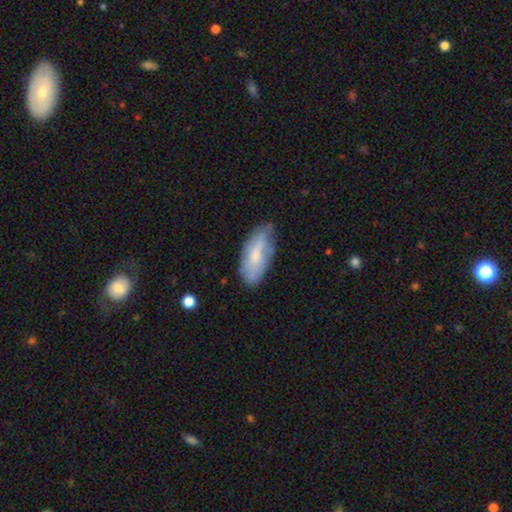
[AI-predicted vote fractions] This is likely a smooth galaxy (64%). How rounded: clearly in between (83%). Merging: likely none (62%).